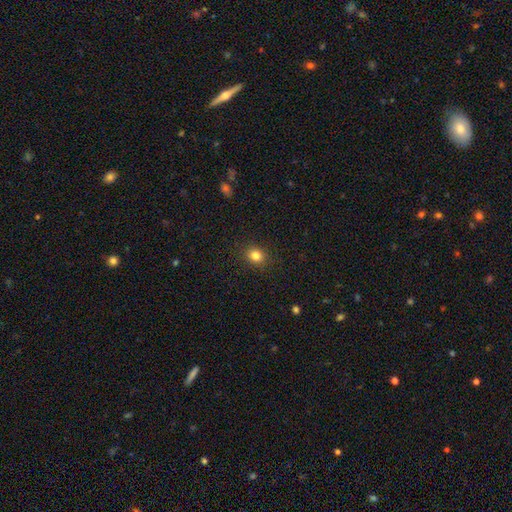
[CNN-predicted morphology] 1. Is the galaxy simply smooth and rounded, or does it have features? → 82% smooth, 12% star or artifact, 5% featured or disk.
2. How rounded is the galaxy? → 67% round, 32% in between, 1% cigar-shaped.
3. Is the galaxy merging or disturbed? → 89% none, 7% minor disturbance, 2% major disturbance, 1% merger.